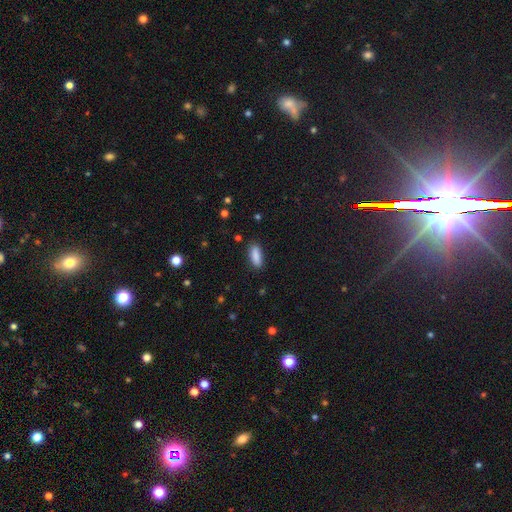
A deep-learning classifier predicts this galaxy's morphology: Overall: smooth (89%). How rounded: in between (73%). Merging: none (86%).